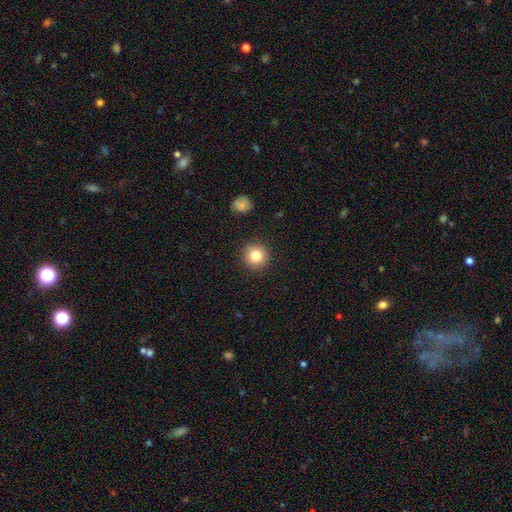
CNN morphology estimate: Smooth or featured? smooth (82%)
How rounded? round (95%)
Merging? none (90%)